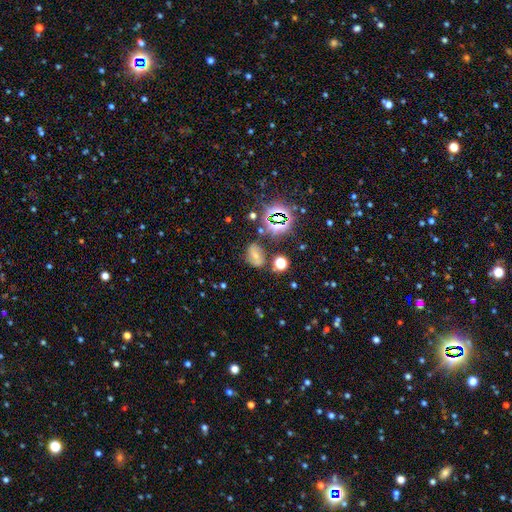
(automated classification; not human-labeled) A featured or disk galaxy (36%).

Vote fractions:
- Smooth or featured? featured or disk: 36% / star or artifact: 33% / smooth: 32%
- Merging? none: 70% / minor disturbance: 17% / major disturbance: 7% / merger: 6%